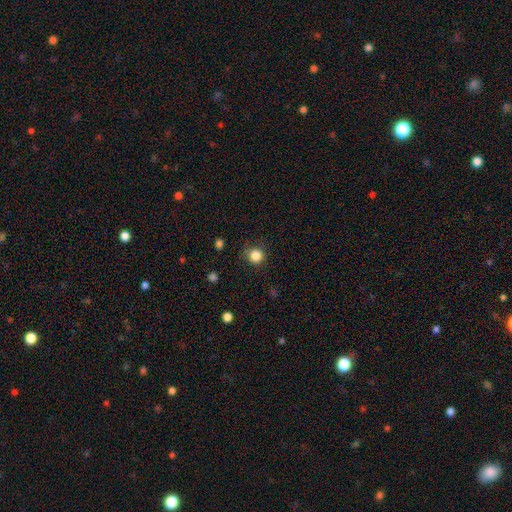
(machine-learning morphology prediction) Overall: smooth (85%). How rounded: round (93%). Merging: none (85%).